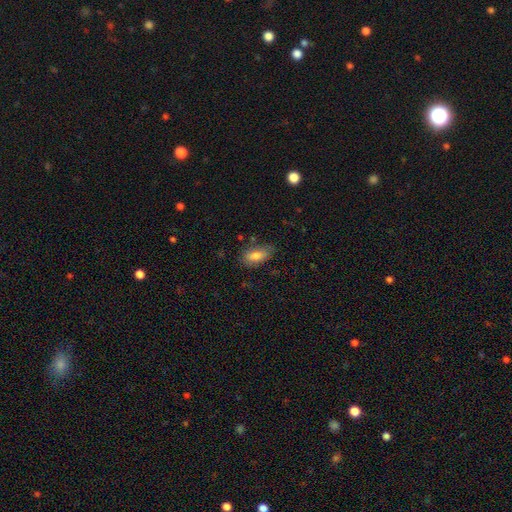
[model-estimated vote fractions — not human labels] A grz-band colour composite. It shows a smooth galaxy with no disk features (77%) that is in between round and cigar-shaped (85%). Merging: none (71%).